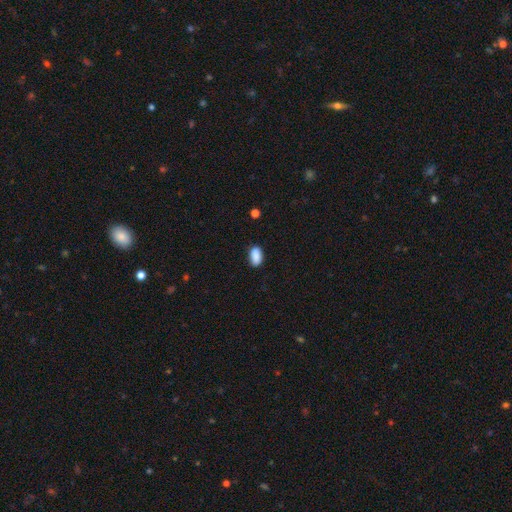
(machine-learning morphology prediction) Q: Smooth or featured?
A: smooth (89%); runner-up: star or artifact (8%)
Q: How rounded?
A: in between (92%); runner-up: round (5%)
Q: Merging?
A: none (83%); runner-up: minor disturbance (13%)